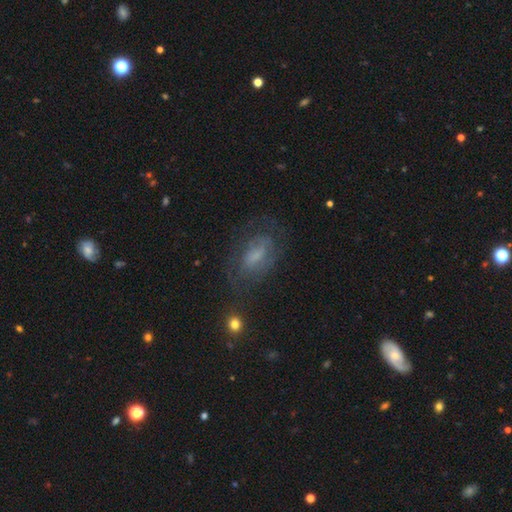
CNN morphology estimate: This is possibly a featured or disk galaxy (47%). Merging: possibly none (58%).